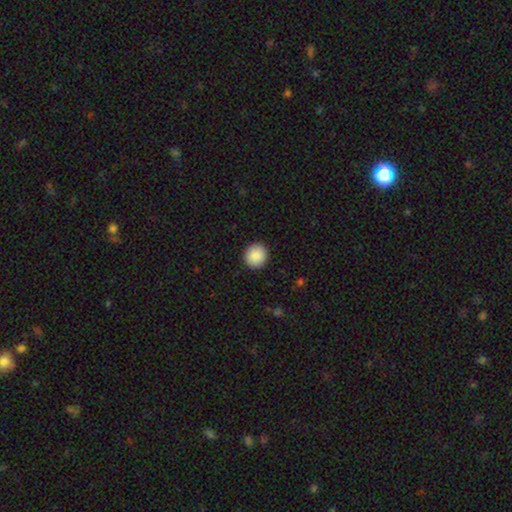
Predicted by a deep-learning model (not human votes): Smooth or featured? Predicted: smooth (p=0.89). How rounded? Predicted: round (p=0.92). Merging? Predicted: none (p=0.93).